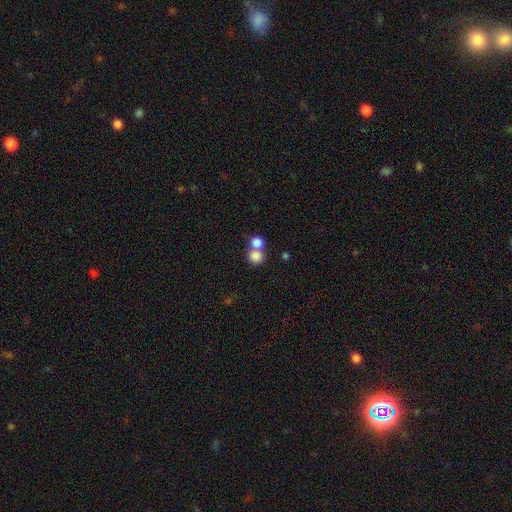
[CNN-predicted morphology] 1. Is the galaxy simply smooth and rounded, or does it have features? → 82% smooth, 9% star or artifact, 8% featured or disk.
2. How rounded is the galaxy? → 75% round, 24% in between, 1% cigar-shaped.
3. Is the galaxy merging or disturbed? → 56% merger, 34% none, 6% minor disturbance, 3% major disturbance.